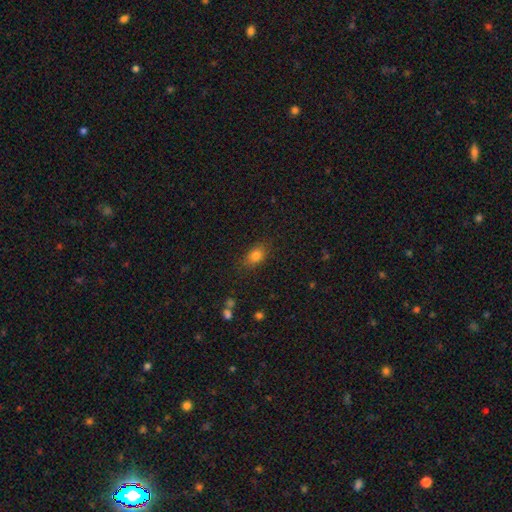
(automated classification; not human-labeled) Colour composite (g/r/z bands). It shows a smooth galaxy with no disk features (81%) that is in between round and cigar-shaped (77%). Merging: none (81%).